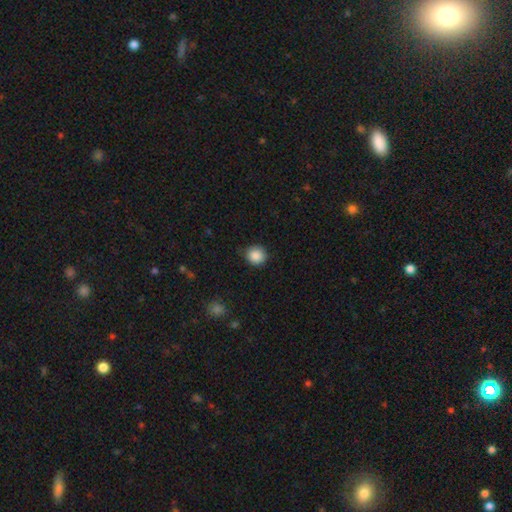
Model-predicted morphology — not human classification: smooth-or-featured: smooth: 87% | star or artifact: 9% | featured or disk: 3%
  how-rounded: round: 90% | in between: 9% | cigar-shaped: 1%
  merging: none: 85% | minor disturbance: 11% | major disturbance: 2% | merger: 1%